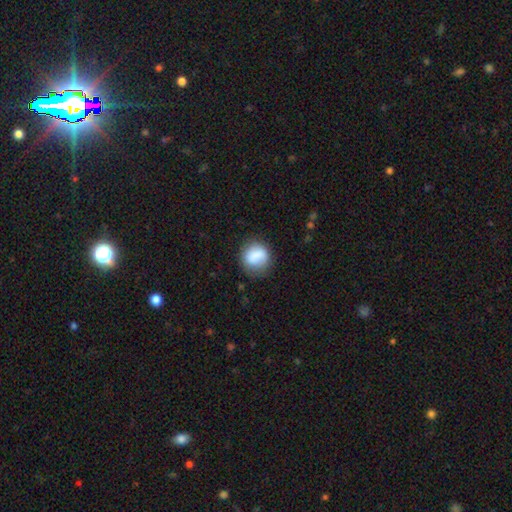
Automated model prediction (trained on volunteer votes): smooth 82%, featured or disk 10%, star or artifact 8%. Down the decision tree: how rounded — round (81%); merging — none (71%).